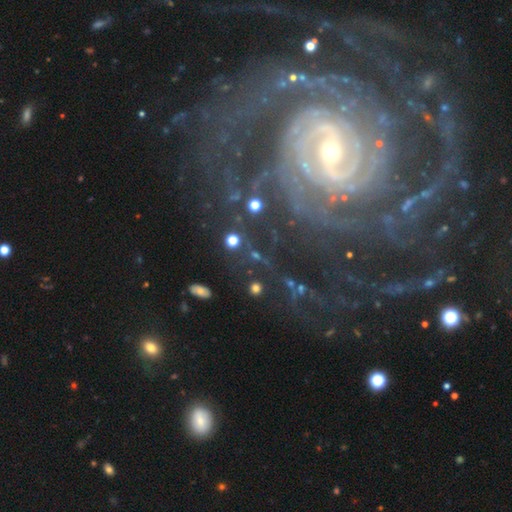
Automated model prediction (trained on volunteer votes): Morphology: type=featured or disk (49%); merging=none (72%).